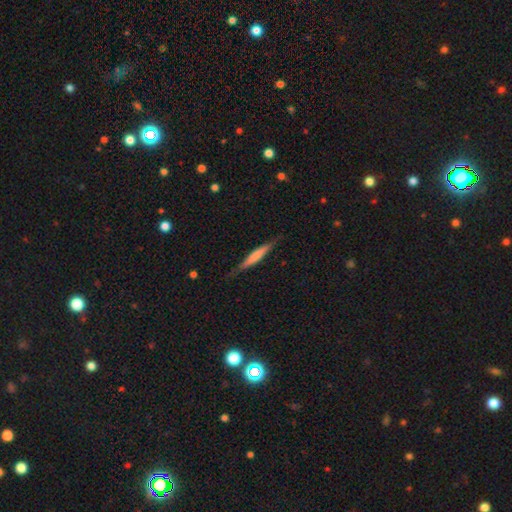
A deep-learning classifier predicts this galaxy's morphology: This is possibly a smooth galaxy (55%). How rounded: clearly cigar-shaped (93%). Merging: likely none (78%).